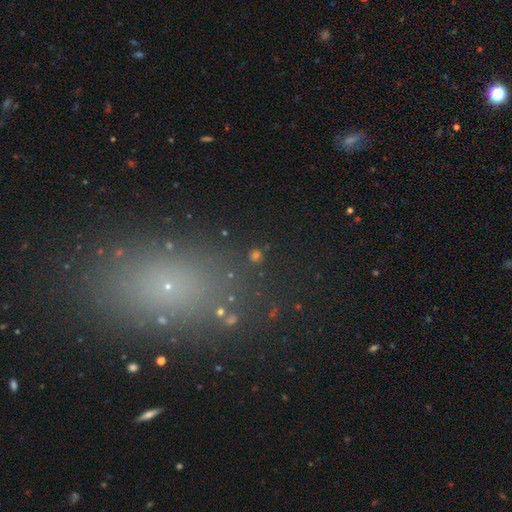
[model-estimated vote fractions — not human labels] This is possibly a smooth galaxy (48%). Merging: clearly none (81%).